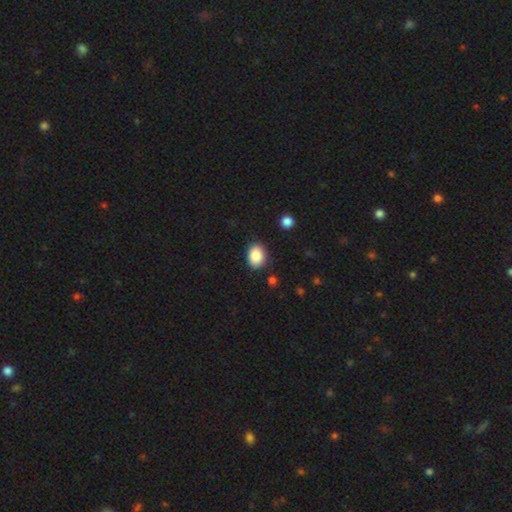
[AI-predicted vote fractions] This is clearly a smooth galaxy (88%). How rounded: likely in between (70%). Merging: clearly none (84%).